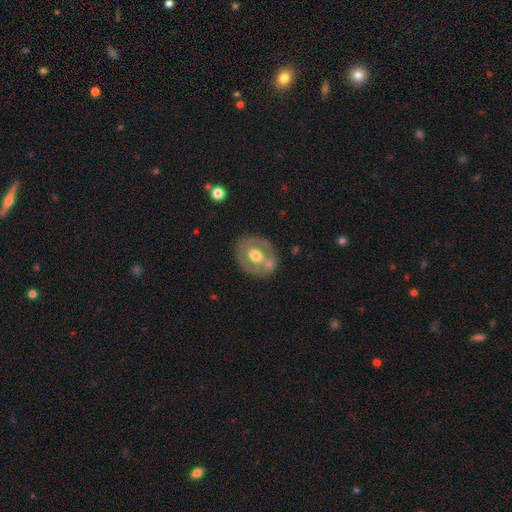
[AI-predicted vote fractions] This appears to be a featured or disk galaxy (50%). Merging: none (67%).